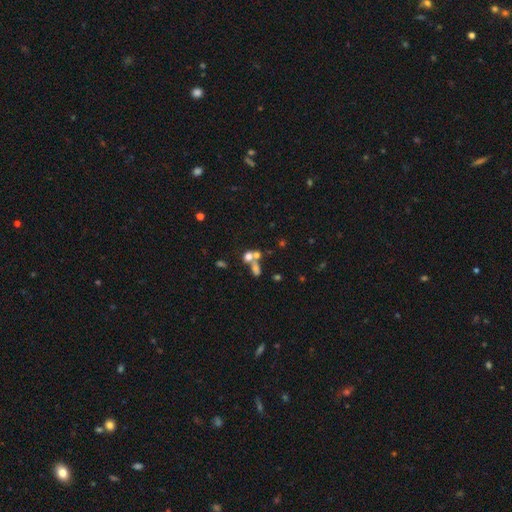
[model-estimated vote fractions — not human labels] Q: Smooth or featured?
A: smooth (44%); runner-up: star or artifact (36%)
Q: Merging?
A: none (45%); runner-up: merger (41%)